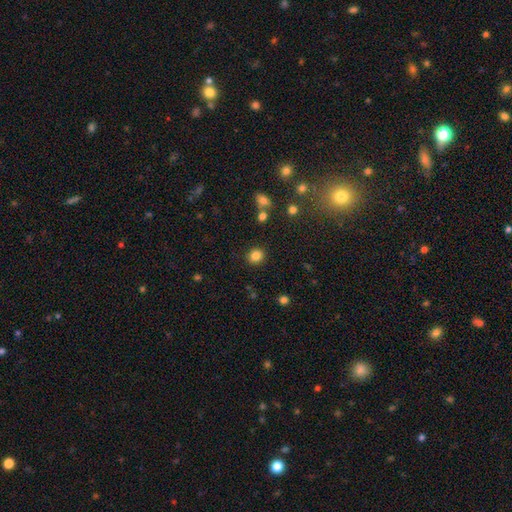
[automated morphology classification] Overall: smooth (83%). How rounded: round (84%). Merging: none (88%).